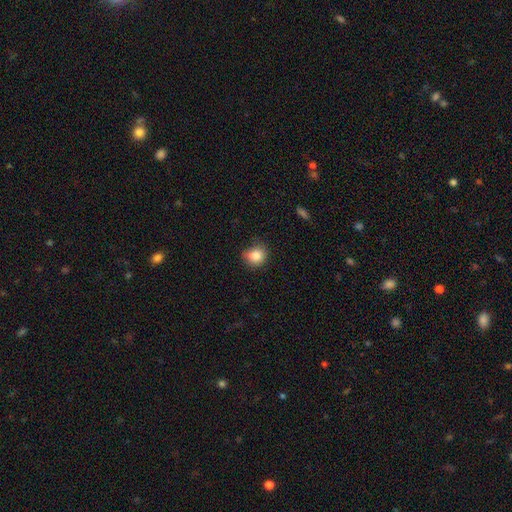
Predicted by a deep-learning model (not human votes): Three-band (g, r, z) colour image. It shows a smooth galaxy with no disk features (85%) that is round (76%). Merging: none (67%).